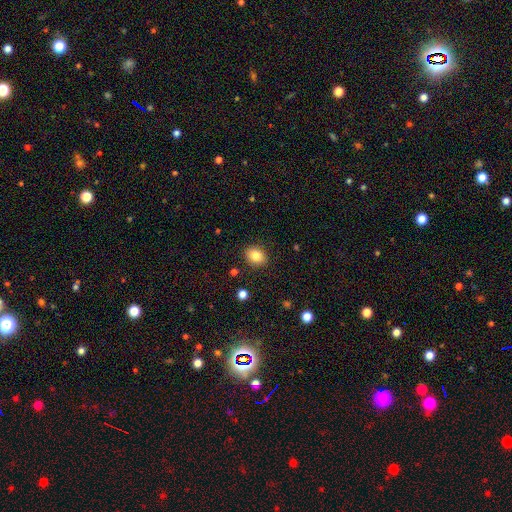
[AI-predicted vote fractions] A smooth galaxy with no disk features (84%) that is round (51%).

Vote fractions:
- Smooth or featured? smooth: 84% / star or artifact: 10% / featured or disk: 7%
- How rounded? round: 51% / in between: 48% / cigar-shaped: 1%
- Merging? none: 89% / minor disturbance: 8% / major disturbance: 2% / merger: 1%